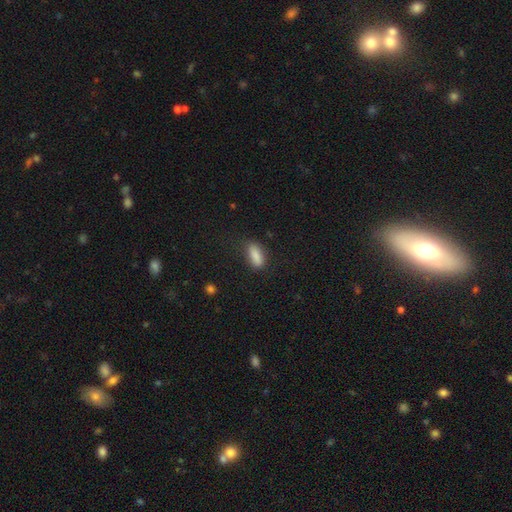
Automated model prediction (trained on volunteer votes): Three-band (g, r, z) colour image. It shows a smooth galaxy with no disk features (86%) that is in between round and cigar-shaped (73%). Merging: none (77%).